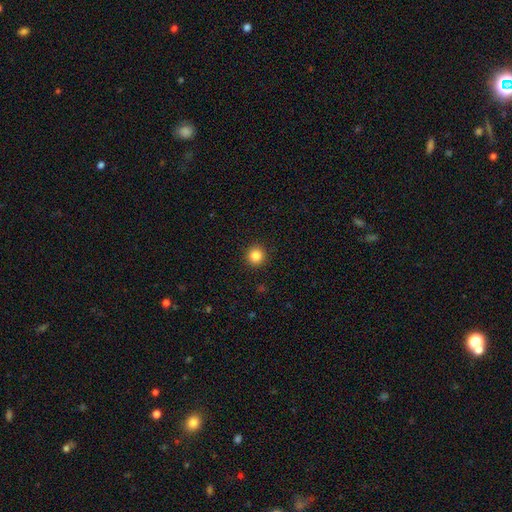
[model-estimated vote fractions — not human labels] smooth_or_featured: smooth (p=0.85) [alt: star or artifact p=0.11]
how_rounded: round (p=0.94) [alt: in between p=0.05]
merging: none (p=0.93) [alt: minor disturbance p=0.05]